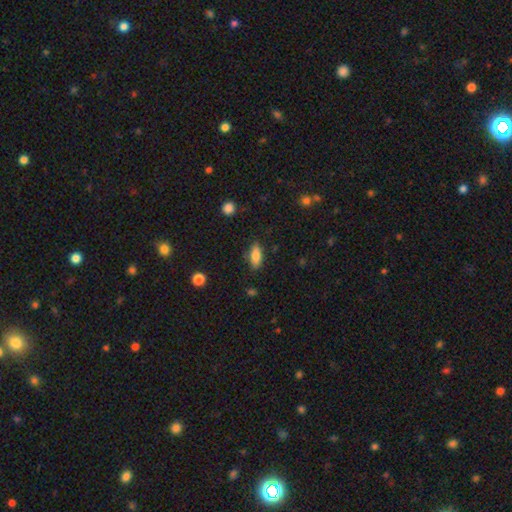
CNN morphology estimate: Smooth or featured?
  - smooth: 82% *
  - featured or disk: 10%
  - star or artifact: 7%
How rounded?
  - in between: 80% *
  - cigar-shaped: 17%
  - round: 3%
Merging?
  - none: 82% *
  - minor disturbance: 13%
  - major disturbance: 3%
  - merger: 2%